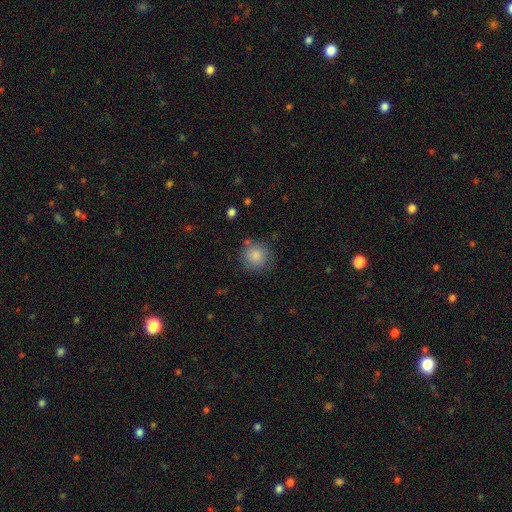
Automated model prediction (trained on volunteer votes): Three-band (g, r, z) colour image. It shows a smooth galaxy with no disk features (85%) that is round (90%). Merging: none (78%).